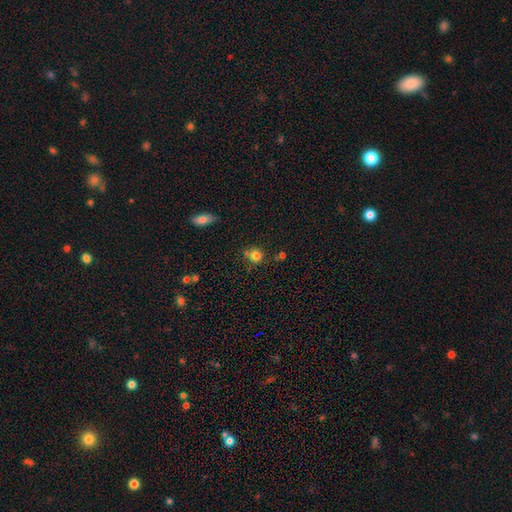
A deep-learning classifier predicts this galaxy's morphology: A smooth galaxy with no disk features (80%) that is round (82%). Merging: none (66%).